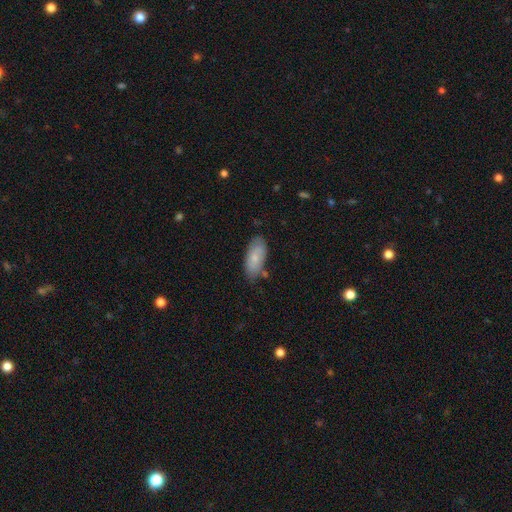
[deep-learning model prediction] Overall: smooth (73%). How rounded: in between (90%). Merging: none (70%).